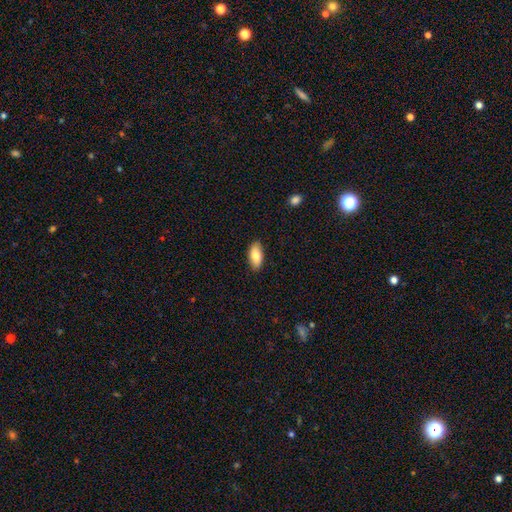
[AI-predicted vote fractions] Smooth or featured?
  - smooth: 82% *
  - featured or disk: 12%
  - star or artifact: 7%
How rounded?
  - in between: 91% *
  - cigar-shaped: 7%
  - round: 3%
Merging?
  - none: 87% *
  - minor disturbance: 10%
  - major disturbance: 2%
  - merger: 1%